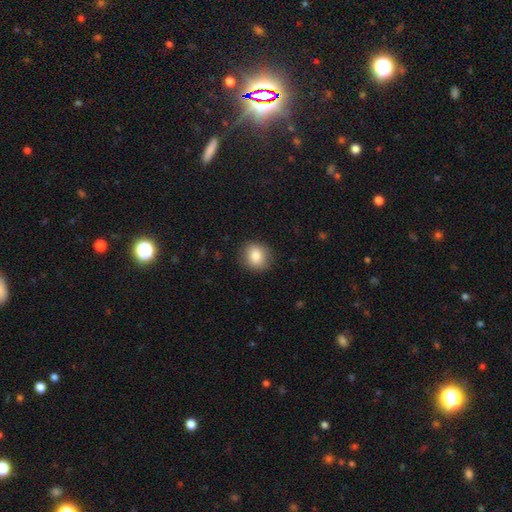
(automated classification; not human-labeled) Smooth or featured? Predicted: smooth (p=0.83). How rounded? Predicted: round (p=0.79). Merging? Predicted: none (p=0.88).